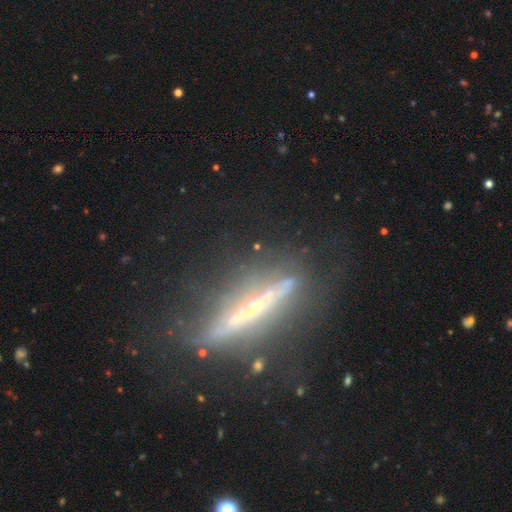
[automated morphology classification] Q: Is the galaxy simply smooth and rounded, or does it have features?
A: featured or disk — 73%.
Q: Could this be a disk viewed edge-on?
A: yes — 90%.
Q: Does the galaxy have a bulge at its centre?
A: none — 76%.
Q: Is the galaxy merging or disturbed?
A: none — 79%.